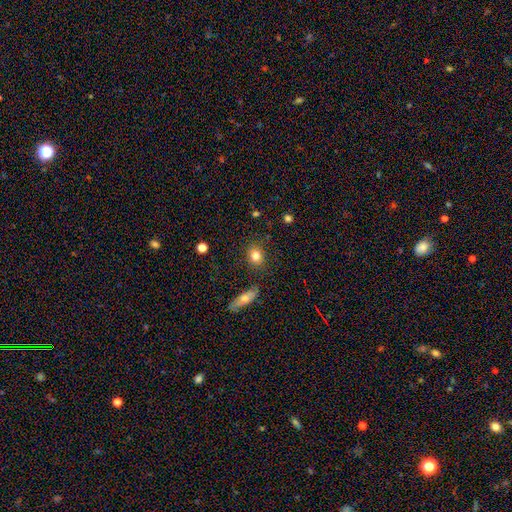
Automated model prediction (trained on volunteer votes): The model was most divided on "how rounded": round: 57%, in between: 40%, cigar-shaped: 2%. More confident: merging — none (83%); smooth or featured — smooth (82%).